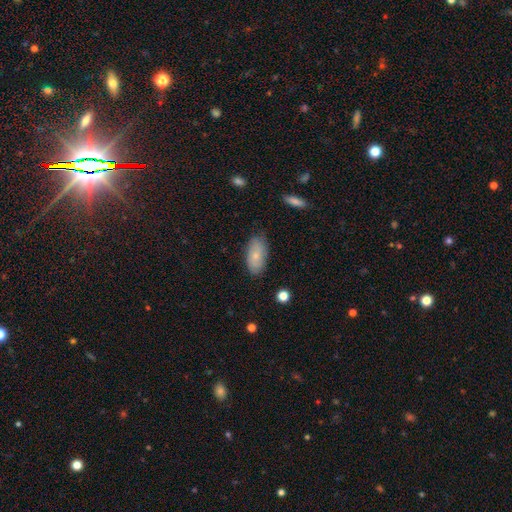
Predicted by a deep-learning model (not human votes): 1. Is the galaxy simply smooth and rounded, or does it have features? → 72% smooth, 21% featured or disk, 7% star or artifact.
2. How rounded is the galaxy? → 92% in between, 4% cigar-shaped, 3% round.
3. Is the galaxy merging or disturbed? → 77% none, 18% minor disturbance, 4% major disturbance, 1% merger.